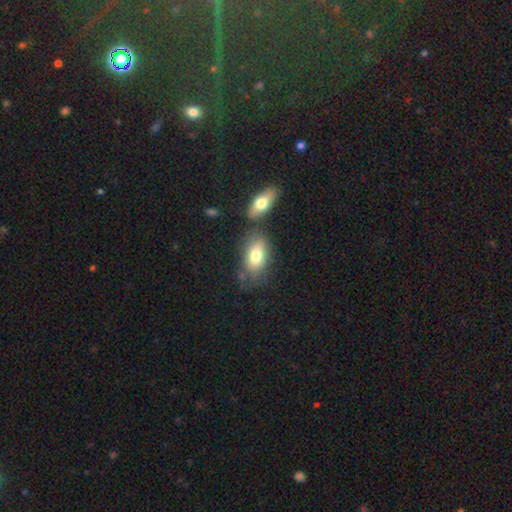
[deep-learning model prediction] Smooth or featured? Predicted: smooth (p=0.76). How rounded? Predicted: in between (p=0.90). Merging? Predicted: none (p=0.55).